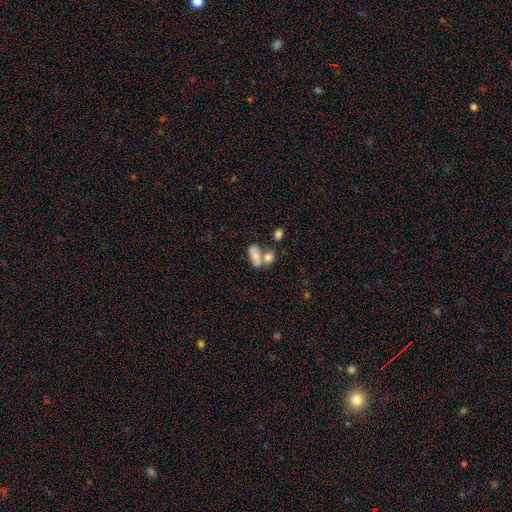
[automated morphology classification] The model was most divided on "merging": merger: 54%, none: 27%, minor disturbance: 11%, major disturbance: 8%. More confident: how rounded — in between (85%); smooth or featured — smooth (73%).